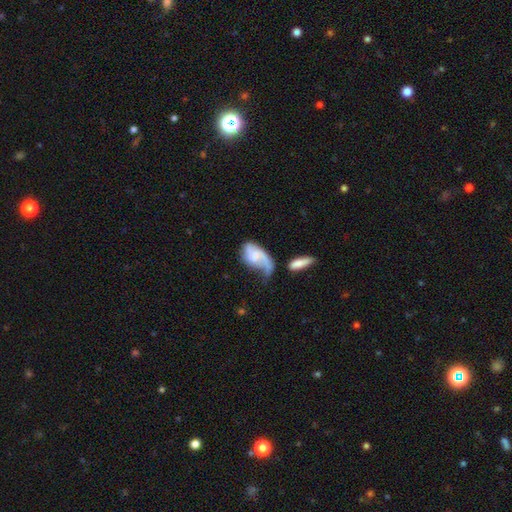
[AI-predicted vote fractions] Smooth or featured? Predicted: featured or disk (p=0.55). Edge-on disk? Predicted: no (p=0.95). Bar? Predicted: no (p=0.62). Spiral arms? Predicted: yes (p=0.77). Bulge size? Predicted: none (p=0.48). Merging? Predicted: major disturbance (p=0.42).